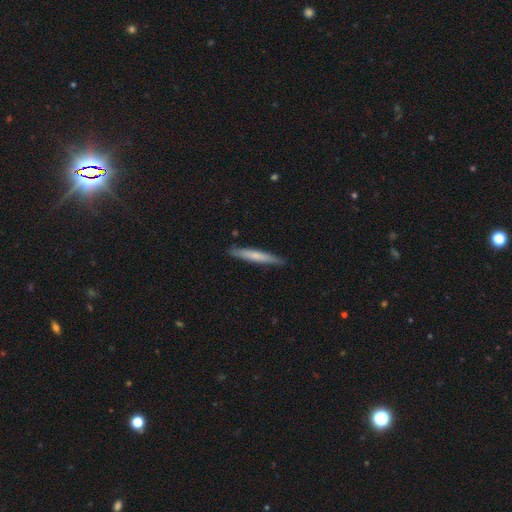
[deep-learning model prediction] Morphology: type=smooth (62%); roundness=cigar-shaped (95%); merging=none (89%).